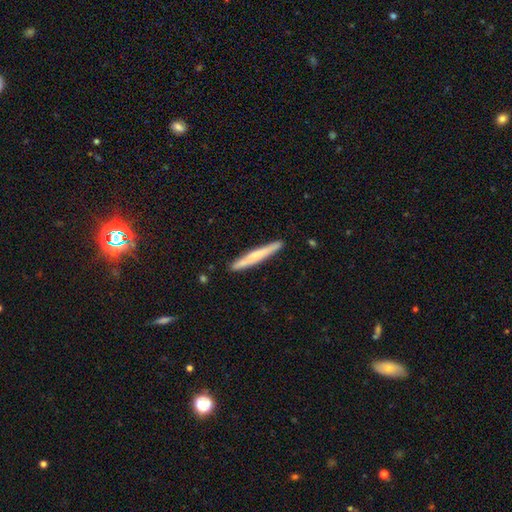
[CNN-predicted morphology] The model was most divided on "smooth or featured": smooth: 57%, featured or disk: 38%, star or artifact: 6%. More confident: how rounded — cigar-shaped (96%); merging — none (88%).